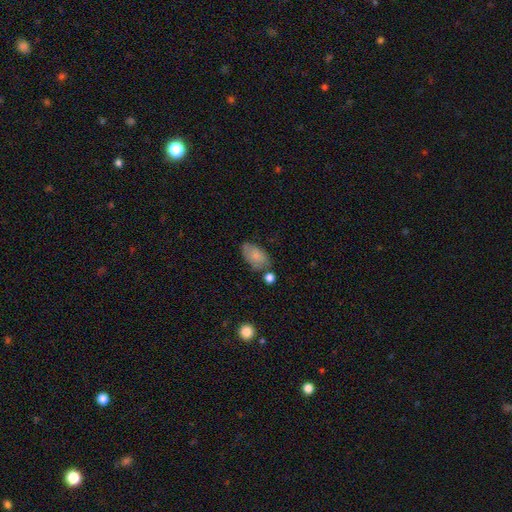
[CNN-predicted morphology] Q: Smooth or featured?
A: smooth (79%); runner-up: featured or disk (14%)
Q: How rounded?
A: in between (93%); runner-up: round (5%)
Q: Merging?
A: none (56%); runner-up: minor disturbance (25%)